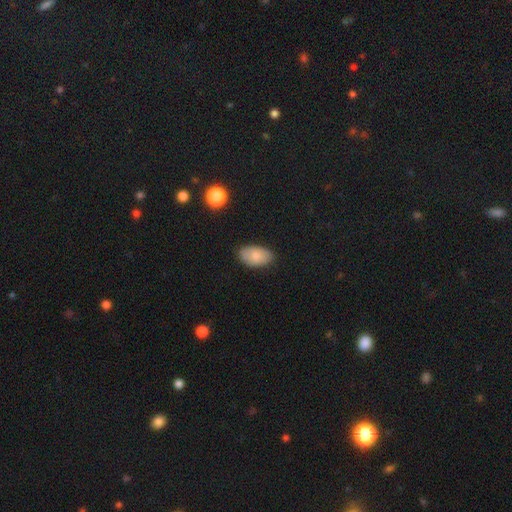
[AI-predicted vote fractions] smooth-or-featured: smooth: 81% | featured or disk: 12% | star or artifact: 7%
  how-rounded: in between: 93% | round: 5% | cigar-shaped: 2%
  merging: none: 79% | minor disturbance: 16% | major disturbance: 3% | merger: 1%